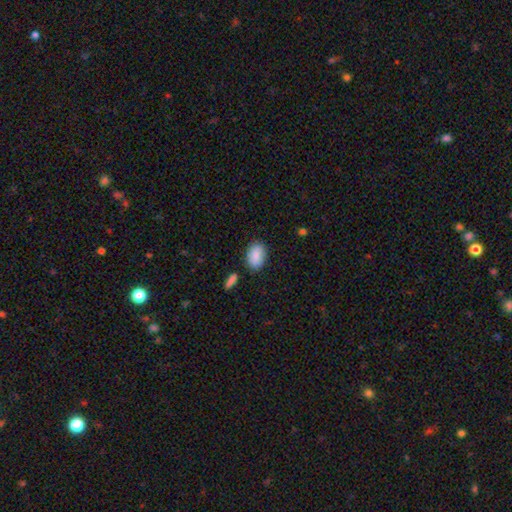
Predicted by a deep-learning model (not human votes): smooth-or-featured: smooth: 86% | featured or disk: 8% | star or artifact: 6%
  how-rounded: in between: 89% | round: 9% | cigar-shaped: 2%
  merging: none: 81% | minor disturbance: 13% | merger: 4% | major disturbance: 3%